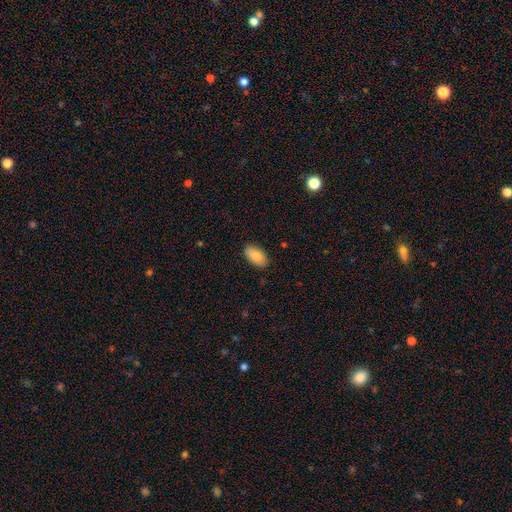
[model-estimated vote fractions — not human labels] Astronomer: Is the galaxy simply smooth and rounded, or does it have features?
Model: smooth — 82%.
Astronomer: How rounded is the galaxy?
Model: in between — 94%.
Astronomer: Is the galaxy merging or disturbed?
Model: none — 87%.